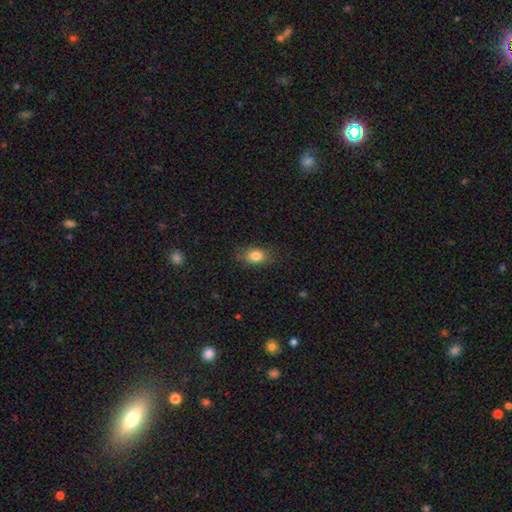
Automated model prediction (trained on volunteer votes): This is clearly a smooth galaxy (83%). How rounded: likely in between (74%). Merging: clearly none (82%).